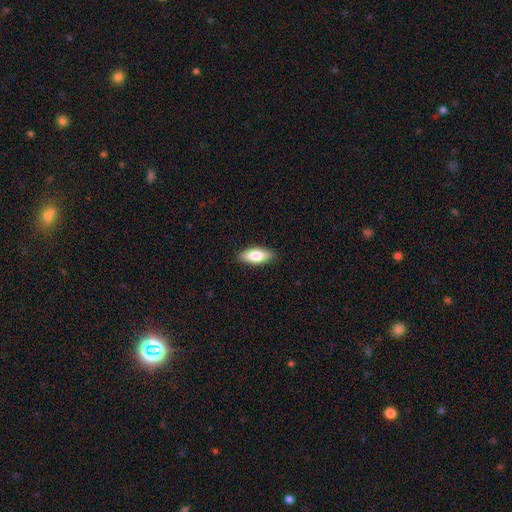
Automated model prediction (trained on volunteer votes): Smooth or featured: smooth — 78% (featured or disk — 16%)
How rounded: in between — 81% (cigar-shaped — 17%)
Merging: none — 88% (minor disturbance — 9%)